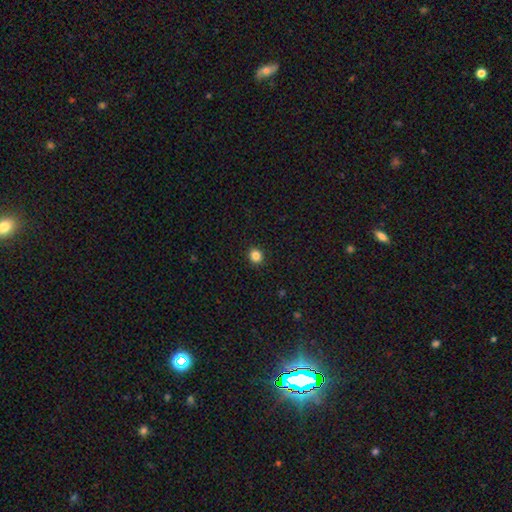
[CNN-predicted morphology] type=smooth (85%); roundness=round (78%); merging=none (92%).